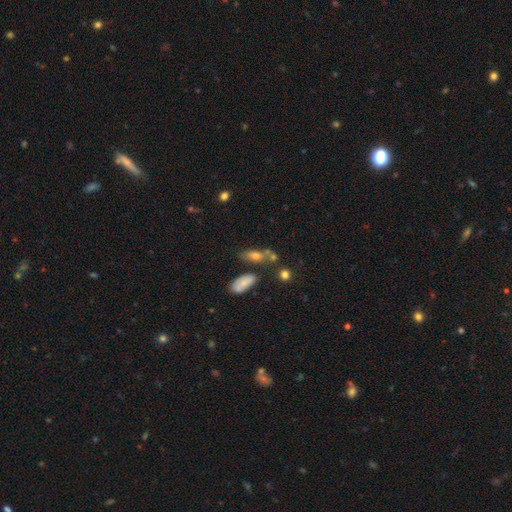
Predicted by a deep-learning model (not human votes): smooth-or-featured: smooth: 63% | featured or disk: 23% | star or artifact: 14%
  how-rounded: in between: 63% | cigar-shaped: 26% | round: 11%
  merging: none: 54% | merger: 22% | minor disturbance: 17% | major disturbance: 8%